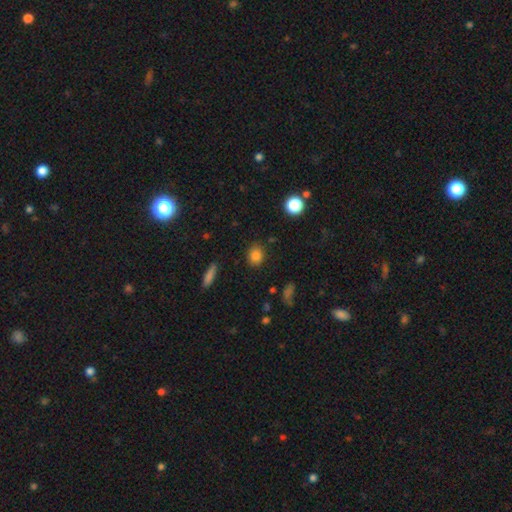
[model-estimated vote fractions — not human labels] Smooth or featured? smooth (83%)
How rounded? round (60%)
Merging? none (84%)